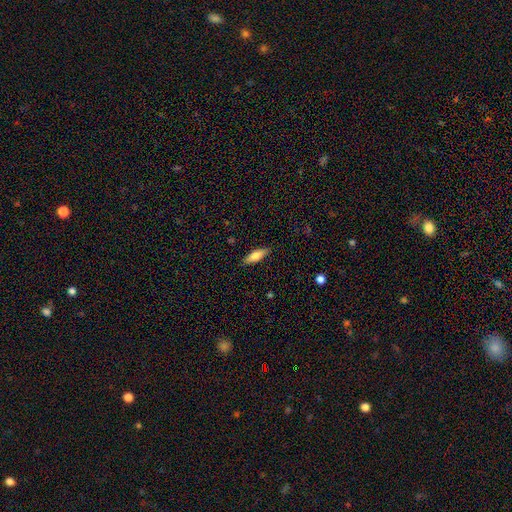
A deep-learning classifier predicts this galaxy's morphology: Q: Smooth or featured?
A: smooth (72%); runner-up: featured or disk (22%)
Q: How rounded?
A: in between (56%); runner-up: cigar-shaped (42%)
Q: Merging?
A: none (87%); runner-up: minor disturbance (10%)